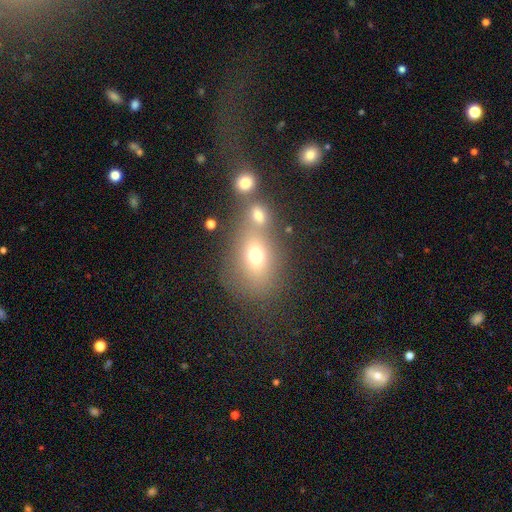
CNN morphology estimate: smooth_or_featured: smooth (p=0.69) [alt: featured or disk p=0.17]
how_rounded: in between (p=0.63) [alt: round p=0.35]
merging: merger (p=0.41) [alt: none p=0.40]